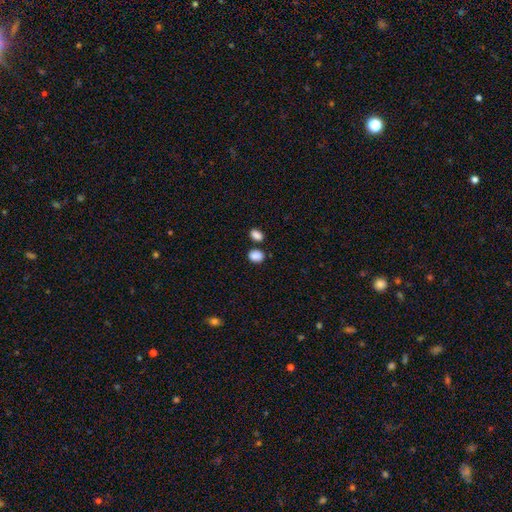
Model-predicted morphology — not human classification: Overall: smooth (87%). How rounded: in between (60%; round 39%). Merging: none (72%).